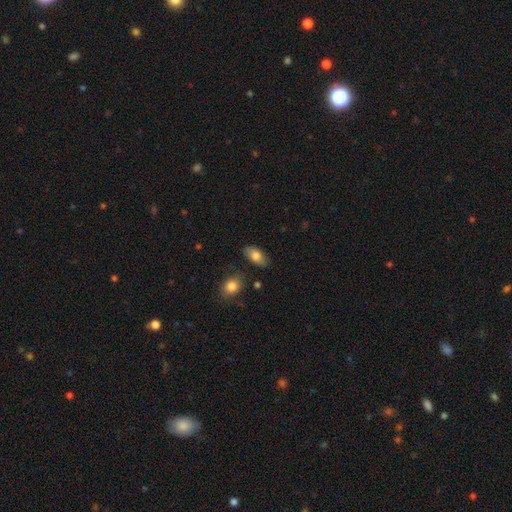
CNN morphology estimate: This is likely a smooth galaxy (79%). How rounded: clearly in between (91%). Merging: clearly none (81%).